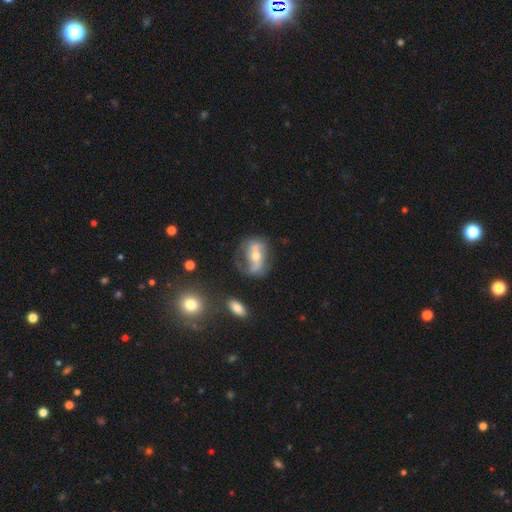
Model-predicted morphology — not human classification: Overall: featured or disk (58%; smooth 33%). Edge-on disk: no (95%). Bar: no (64%). Spiral arms: yes (55%; no 45%). Bulge size: moderate (61%; small 30%). Merging: merger (31%; none 29%).